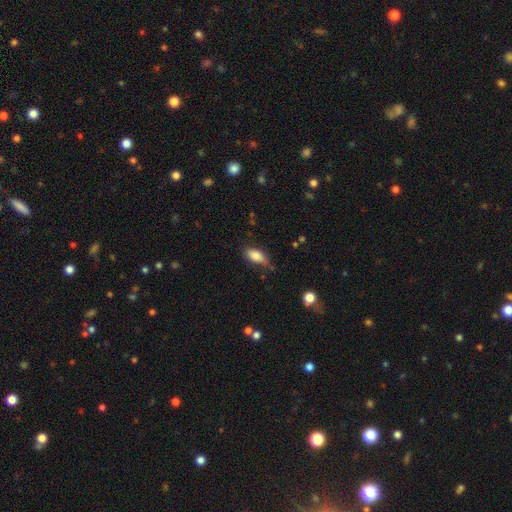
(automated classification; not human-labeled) Smooth or featured: smooth — 81% (featured or disk — 11%)
How rounded: in between — 90% (cigar-shaped — 6%)
Merging: none — 67% (minor disturbance — 25%)